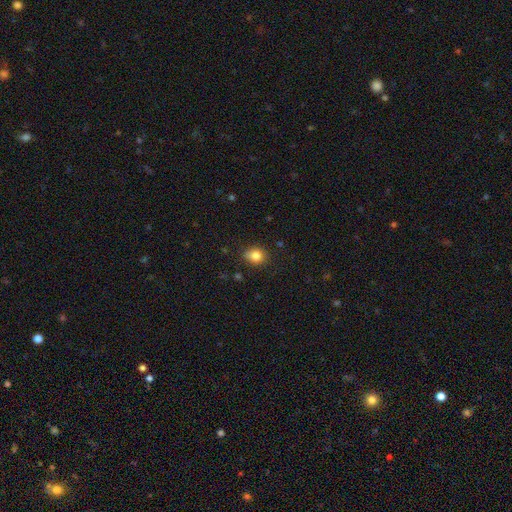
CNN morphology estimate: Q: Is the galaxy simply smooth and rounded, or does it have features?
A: smooth — 83%.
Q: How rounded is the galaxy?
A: round — 60%.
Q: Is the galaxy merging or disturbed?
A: none — 78%.